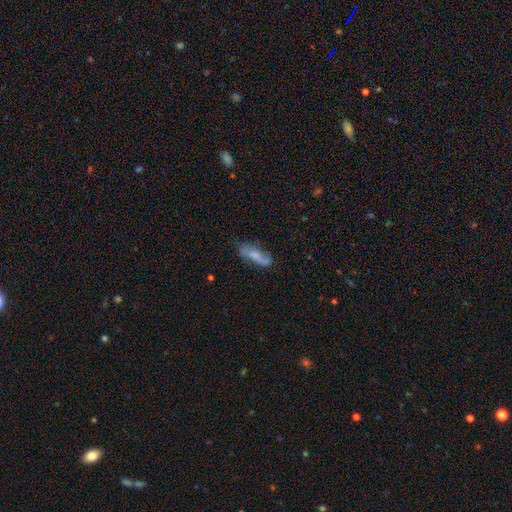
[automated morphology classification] This appears to be a smooth galaxy with no disk features (57%) that is in between round and cigar-shaped (56%). Merging: none (60%).